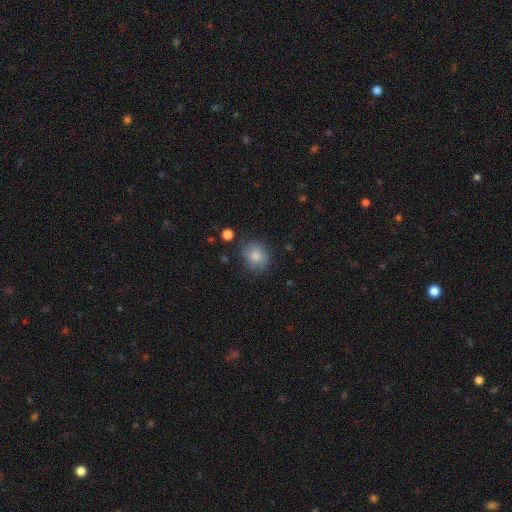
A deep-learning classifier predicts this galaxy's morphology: Overall: smooth (81%). How rounded: round (72%). Merging: none (75%).